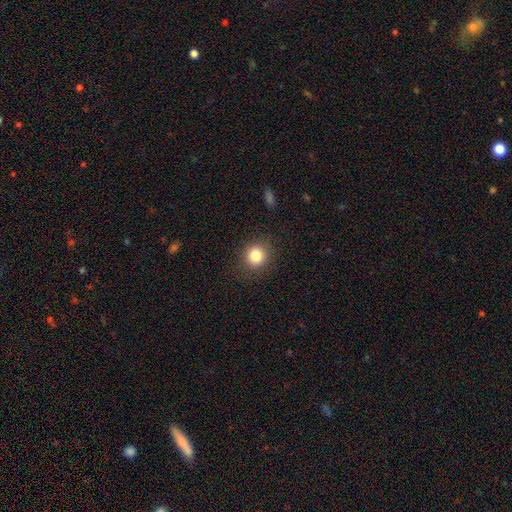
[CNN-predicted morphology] smooth_or_featured: smooth (p=0.83) [alt: star or artifact p=0.11]
how_rounded: round (p=0.87) [alt: in between p=0.12]
merging: none (p=0.88) [alt: minor disturbance p=0.08]